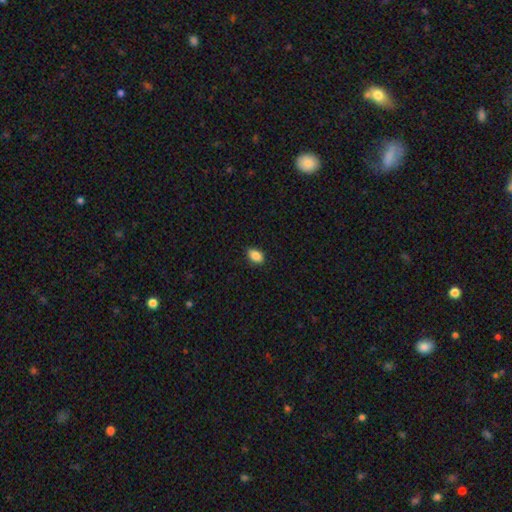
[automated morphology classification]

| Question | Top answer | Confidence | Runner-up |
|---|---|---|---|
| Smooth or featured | smooth | 88% | star or artifact (9%) |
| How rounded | in between | 84% | round (14%) |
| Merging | none | 86% | minor disturbance (11%) |